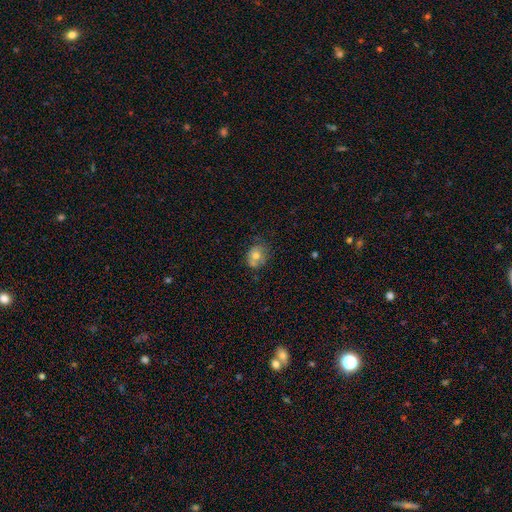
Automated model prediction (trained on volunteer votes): Overall: smooth (64%; featured or disk 26%). How rounded: round (67%; in between 32%). Merging: none (55%; minor disturbance 24%).